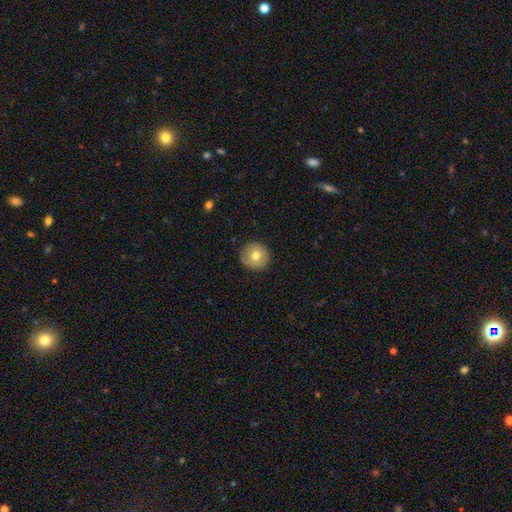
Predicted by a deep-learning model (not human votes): Q: Smooth or featured?
A: smooth (75%); runner-up: featured or disk (16%)
Q: How rounded?
A: round (94%); runner-up: in between (5%)
Q: Merging?
A: none (89%); runner-up: minor disturbance (8%)